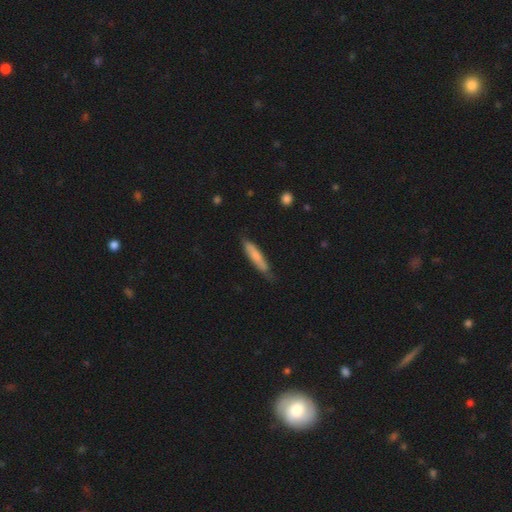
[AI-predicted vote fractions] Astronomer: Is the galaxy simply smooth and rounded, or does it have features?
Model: smooth — 73%.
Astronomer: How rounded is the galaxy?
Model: cigar-shaped — 85%.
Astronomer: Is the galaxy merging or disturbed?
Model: none — 68%.